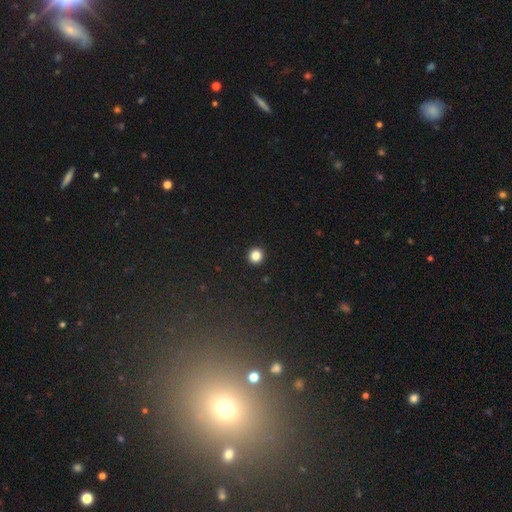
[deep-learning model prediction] smooth 84%, star or artifact 12%, featured or disk 4%. Down the decision tree: how rounded — round (95%); merging — none (94%).